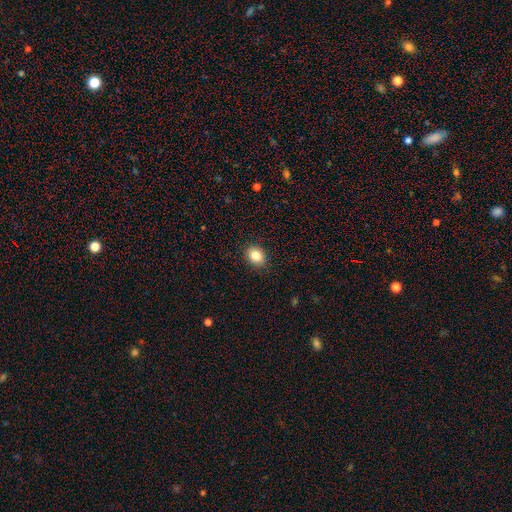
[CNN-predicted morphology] The model was most divided on "how rounded": in between: 57%, round: 42%, cigar-shaped: 1%. More confident: merging — none (88%); smooth or featured — smooth (85%).